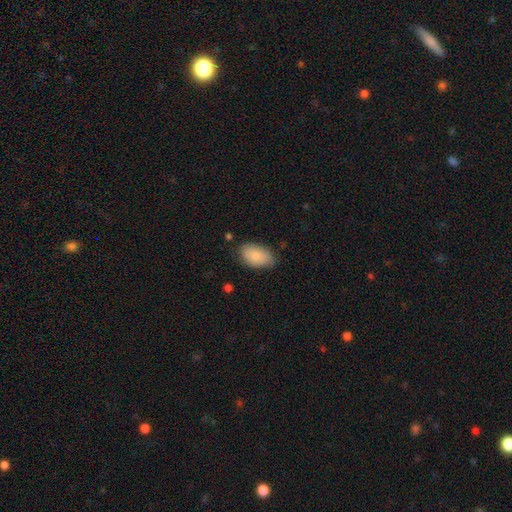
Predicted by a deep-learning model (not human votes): smooth_or_featured: smooth (p=0.86) [alt: featured or disk p=0.08]
how_rounded: in between (p=0.93) [alt: round p=0.05]
merging: none (p=0.75) [alt: minor disturbance p=0.20]